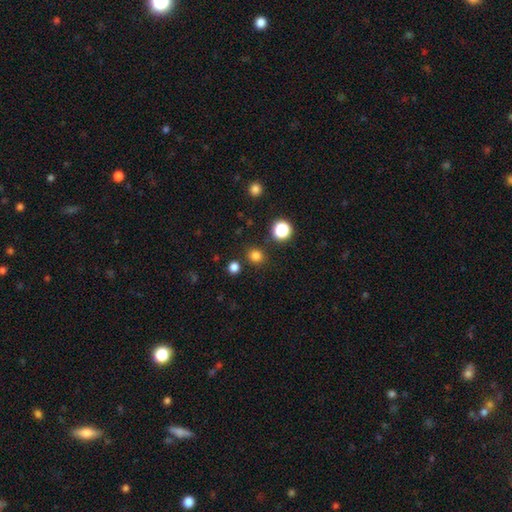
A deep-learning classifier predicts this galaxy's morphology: Smooth or featured? smooth (79%)
How rounded? round (86%)
Merging? none (86%)